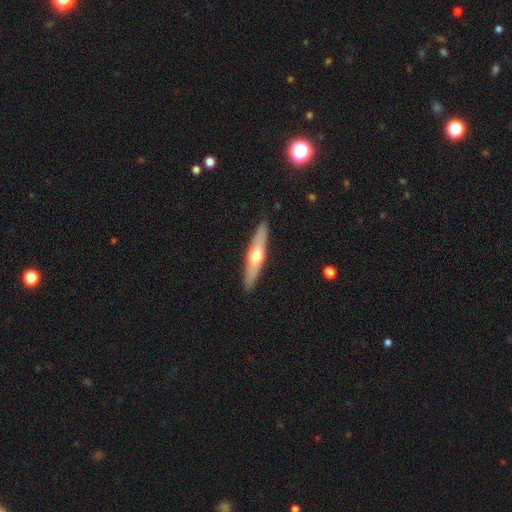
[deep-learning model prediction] Overall: featured or disk (53%; smooth 42%). Edge-on disk: yes (89%). Merging: none (90%).